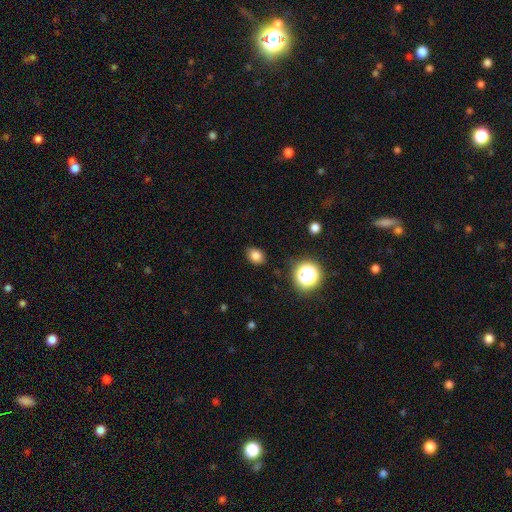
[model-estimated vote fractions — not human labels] The model was most divided on "how rounded": in between: 59%, round: 40%, cigar-shaped: 1%. More confident: merging — none (86%); smooth or featured — smooth (80%).